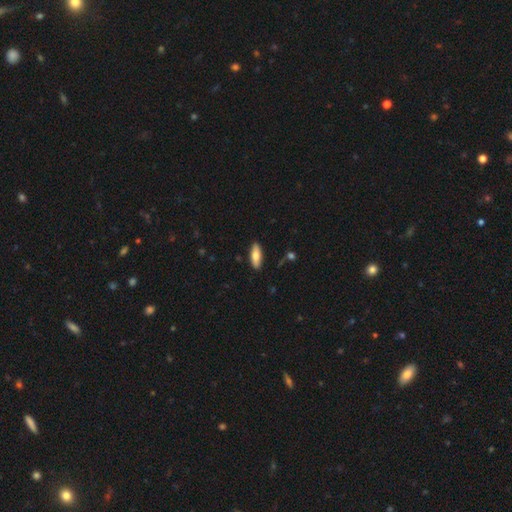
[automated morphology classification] Smooth or featured? Predicted: smooth (p=0.76). How rounded? Predicted: in between (p=0.70). Merging? Predicted: none (p=0.88).